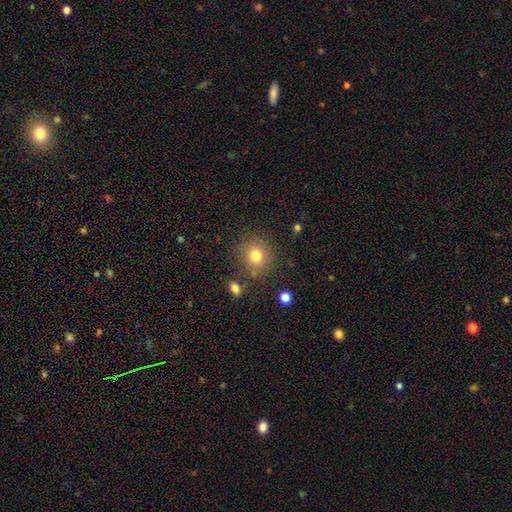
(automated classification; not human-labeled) Morphology: type=smooth (79%); roundness=round (84%); merging=none (79%).